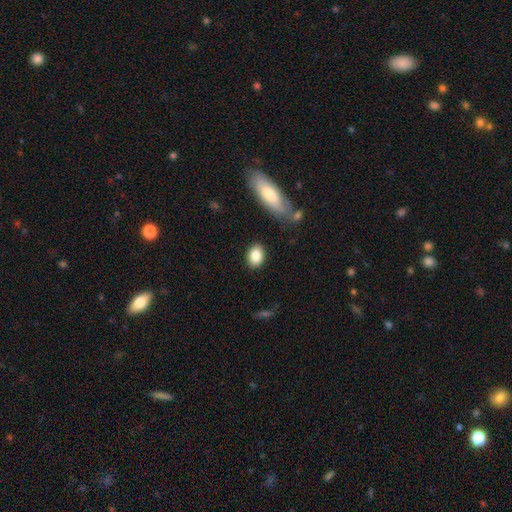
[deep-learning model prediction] Overall: smooth (85%). How rounded: in between (69%). Merging: none (85%).